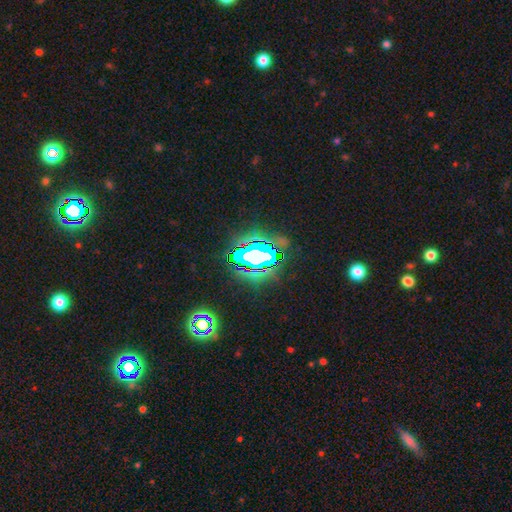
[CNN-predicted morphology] Overall: star or artifact (62%).